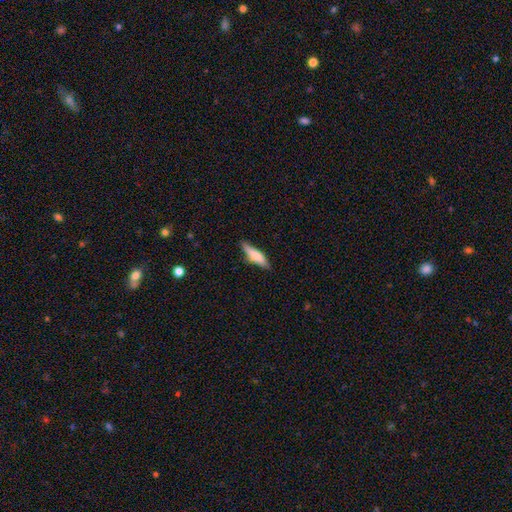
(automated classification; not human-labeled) Smooth or featured? Predicted: smooth (p=0.68). How rounded? Predicted: cigar-shaped (p=0.68). Merging? Predicted: none (p=0.76).